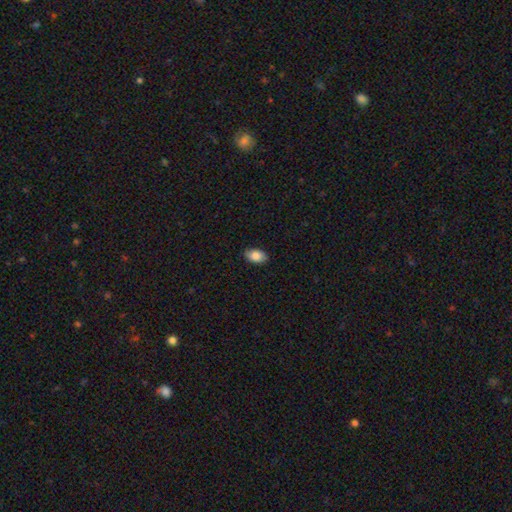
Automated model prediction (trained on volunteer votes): Smooth or featured?
  - smooth: 85% *
  - featured or disk: 8%
  - star or artifact: 7%
How rounded?
  - in between: 92% *
  - round: 7%
  - cigar-shaped: 1%
Merging?
  - none: 84% *
  - minor disturbance: 12%
  - major disturbance: 2%
  - merger: 1%